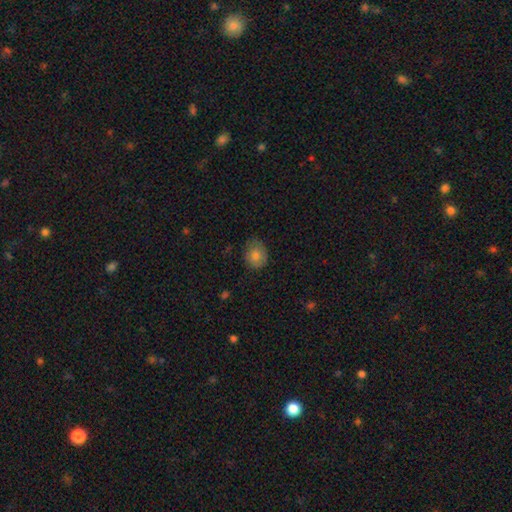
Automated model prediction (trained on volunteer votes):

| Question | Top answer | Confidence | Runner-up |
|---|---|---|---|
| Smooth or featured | smooth | 78% | featured or disk (12%) |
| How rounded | round | 64% | in between (35%) |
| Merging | none | 71% | minor disturbance (24%) |